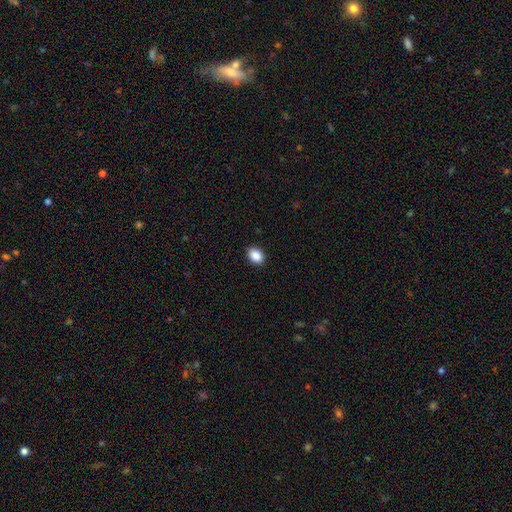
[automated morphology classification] Smooth or featured? Predicted: smooth (p=0.89). How rounded? Predicted: in between (p=0.68). Merging? Predicted: none (p=0.91).